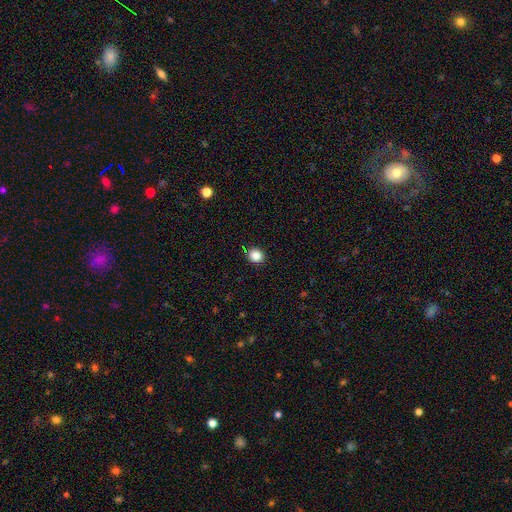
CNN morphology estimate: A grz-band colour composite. It shows a smooth galaxy with no disk features (85%) that is round (83%). Merging: none (90%).